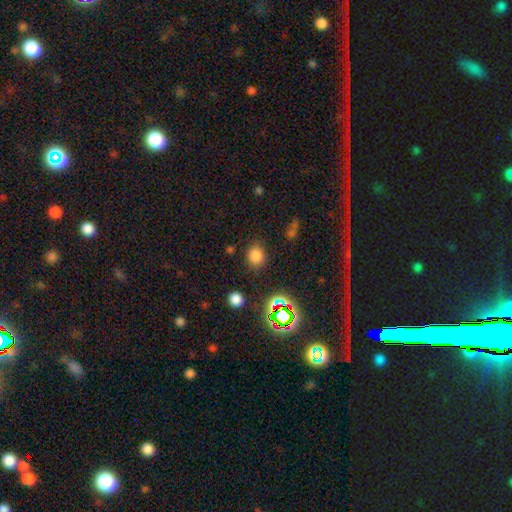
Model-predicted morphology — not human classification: smooth 76%, star or artifact 19%, featured or disk 6%. Down the decision tree: how rounded — round (71%); merging — none (82%).